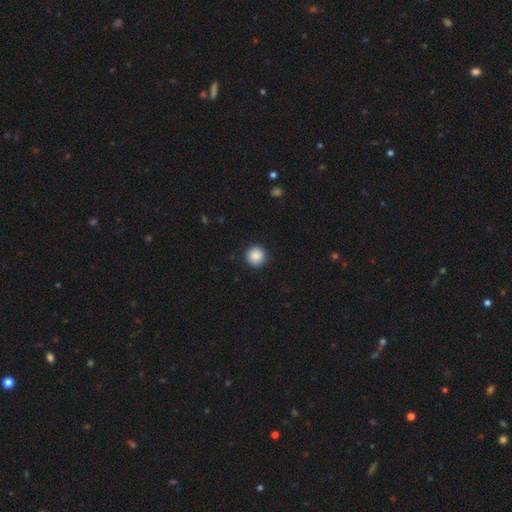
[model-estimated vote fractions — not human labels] Smooth or featured: smooth — 88% (star or artifact — 9%)
How rounded: round — 96% (in between — 4%)
Merging: none — 91% (minor disturbance — 6%)